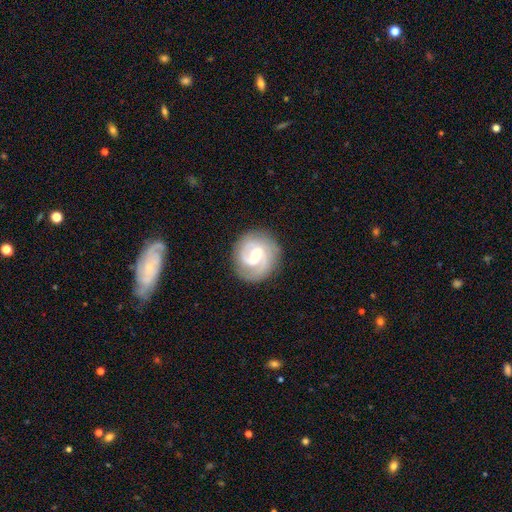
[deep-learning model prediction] smooth_or_featured: featured or disk (p=0.85) [alt: smooth p=0.10]
disk_edge_on: no (p=0.98) [alt: yes p=0.02]
bar: weak (p=0.55) [alt: no p=0.32]
has_spiral_arms: yes (p=0.96) [alt: no p=0.04]
spiral_winding: medium (p=0.44) [alt: tight p=0.43]
spiral_arm_count: 2 (p=0.64) [alt: 3 p=0.14]
bulge_size: small (p=0.49) [alt: moderate p=0.46]
merging: none (p=0.81) [alt: minor disturbance p=0.12]